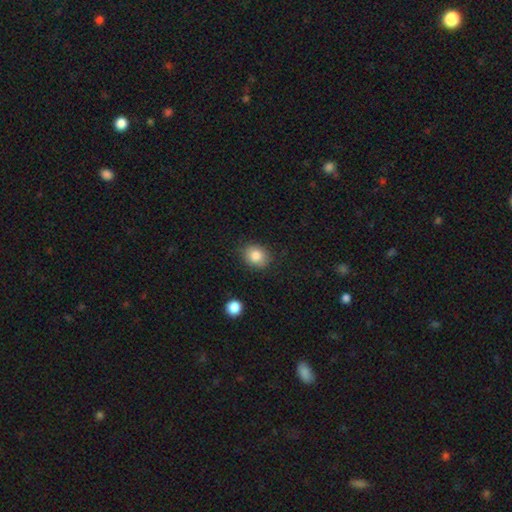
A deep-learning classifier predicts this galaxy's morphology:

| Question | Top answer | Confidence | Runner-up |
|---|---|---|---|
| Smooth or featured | smooth | 83% | star or artifact (9%) |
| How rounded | round | 57% | in between (42%) |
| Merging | none | 85% | minor disturbance (10%) |